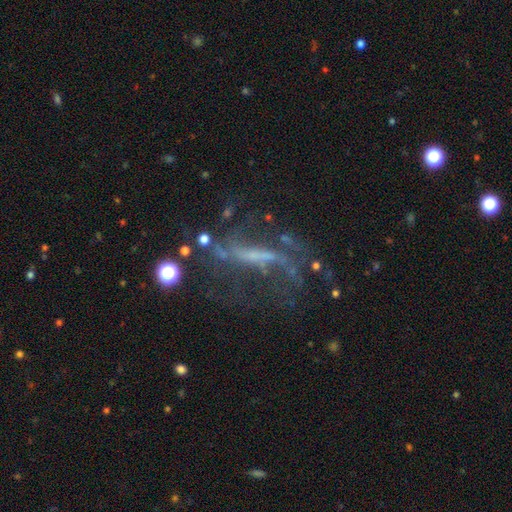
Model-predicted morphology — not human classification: Smooth or featured? Predicted: featured or disk (p=0.68). Edge-on disk? Predicted: no (p=0.72). Merging? Predicted: none (p=0.48).